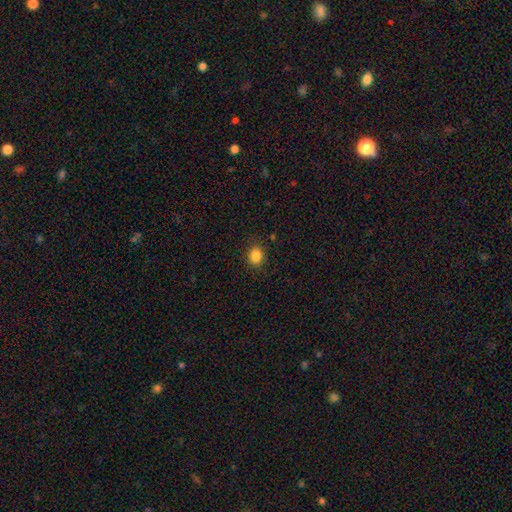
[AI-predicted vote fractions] A smooth galaxy with no disk features (86%) that is round (60%).

Vote fractions:
- Smooth or featured? smooth: 86% / star or artifact: 11% / featured or disk: 4%
- How rounded? round: 60% / in between: 40% / cigar-shaped: 1%
- Merging? none: 87% / minor disturbance: 9% / major disturbance: 3% / merger: 1%